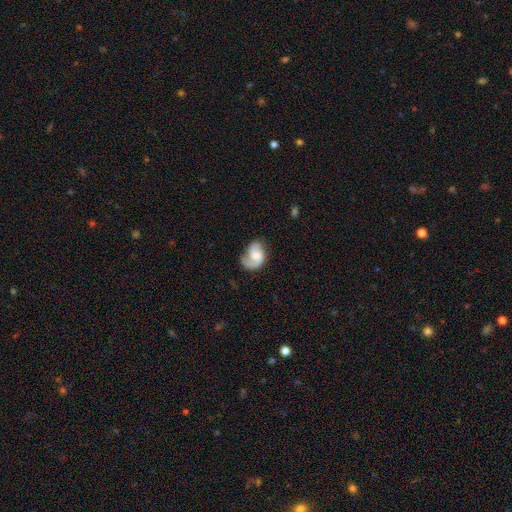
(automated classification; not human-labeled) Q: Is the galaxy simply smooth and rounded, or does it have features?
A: featured or disk — 75%.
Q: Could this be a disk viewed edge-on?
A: no — 98%.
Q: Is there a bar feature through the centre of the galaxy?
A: no — 57%.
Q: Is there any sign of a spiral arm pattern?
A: yes — 95%.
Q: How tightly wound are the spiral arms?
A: medium — 45%.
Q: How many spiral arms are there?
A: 2 — 54%.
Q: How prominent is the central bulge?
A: moderate — 40%.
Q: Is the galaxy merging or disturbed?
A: none — 57%.